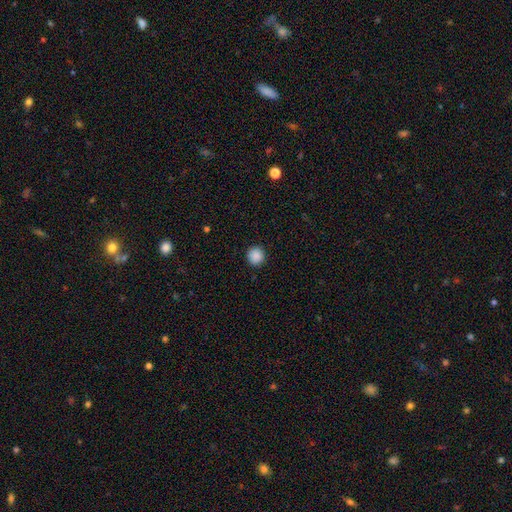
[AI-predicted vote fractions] smooth 89%, star or artifact 9%, featured or disk 2%. Down the decision tree: how rounded — round (94%); merging — none (92%).